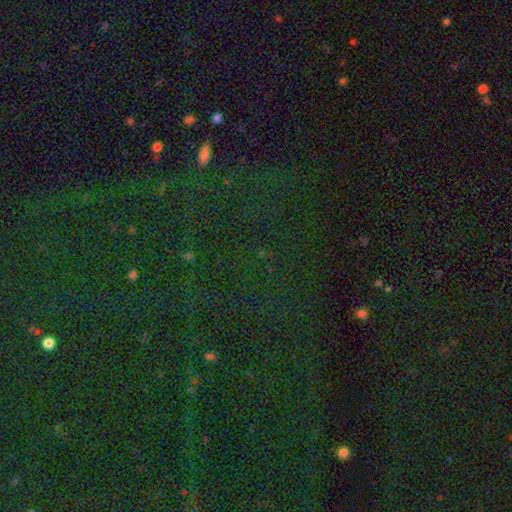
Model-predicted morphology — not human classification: The model was most divided on "smooth or featured": star or artifact: 81%, smooth: 12%, featured or disk: 7%.